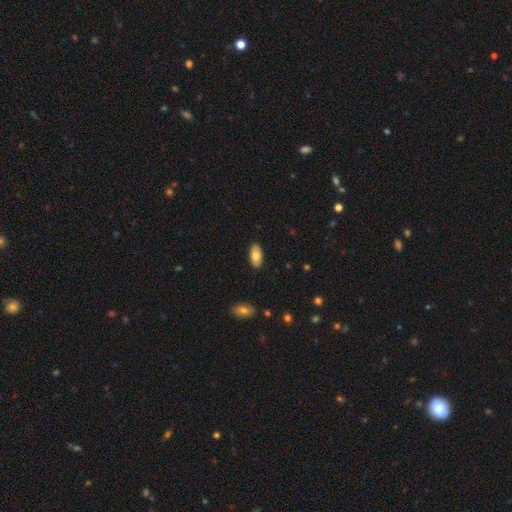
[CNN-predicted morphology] A smooth galaxy with no disk features (75%) that is in between round and cigar-shaped (92%). Merging: none (88%).